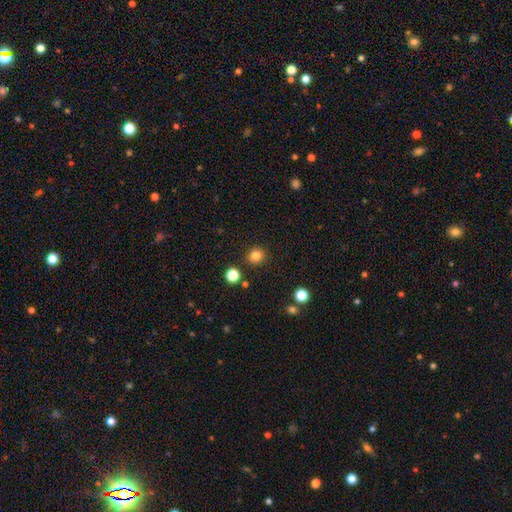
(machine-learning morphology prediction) A smooth galaxy with no disk features (83%) that is round (90%). Merging: none (90%).